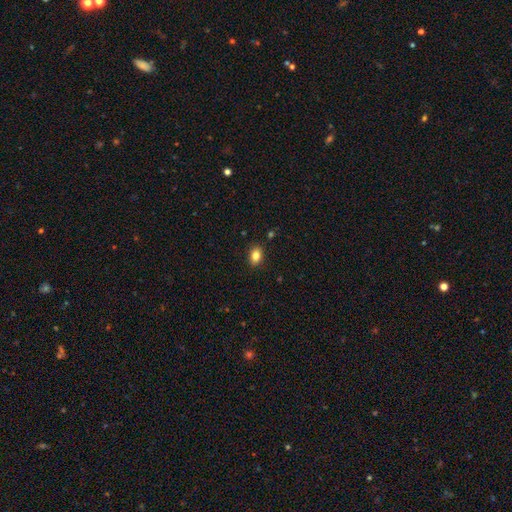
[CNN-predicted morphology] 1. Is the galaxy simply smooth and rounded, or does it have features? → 84% smooth, 10% star or artifact, 7% featured or disk.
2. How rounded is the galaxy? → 77% in between, 21% round, 1% cigar-shaped.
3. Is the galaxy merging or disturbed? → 88% none, 8% minor disturbance, 2% major disturbance, 1% merger.